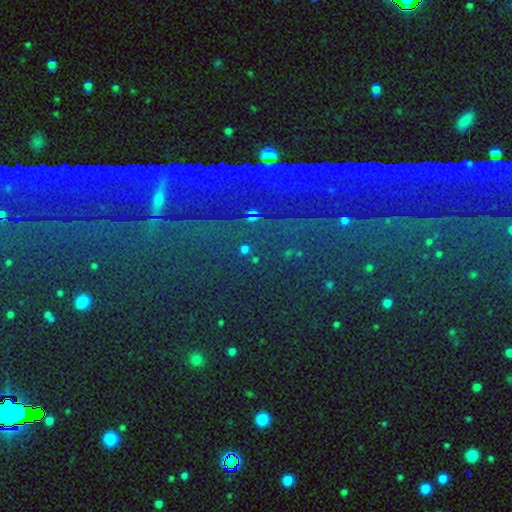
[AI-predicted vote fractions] A star or artifact, not a galaxy (82%).

Vote fractions:
- Smooth or featured? star or artifact: 82% / featured or disk: 9% / smooth: 9%